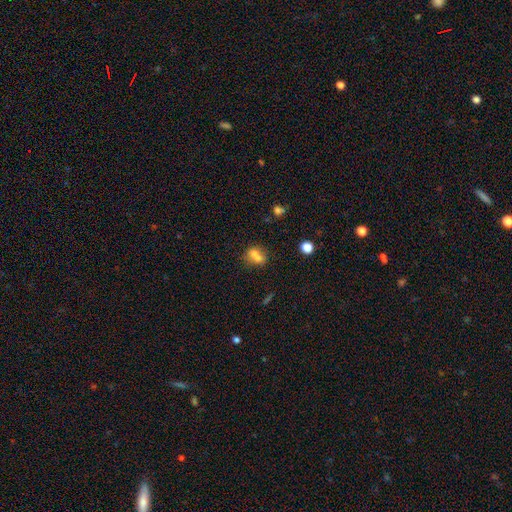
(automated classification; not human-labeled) Morphology: type=smooth (68%); roundness=round (48%, tied with in between); merging=merger (47%).